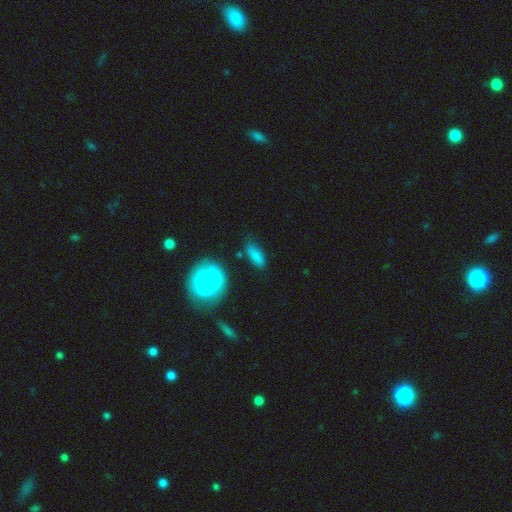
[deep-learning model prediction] Smooth or featured? Predicted: smooth (p=0.76). How rounded? Predicted: in between (p=0.66). Merging? Predicted: none (p=0.69).